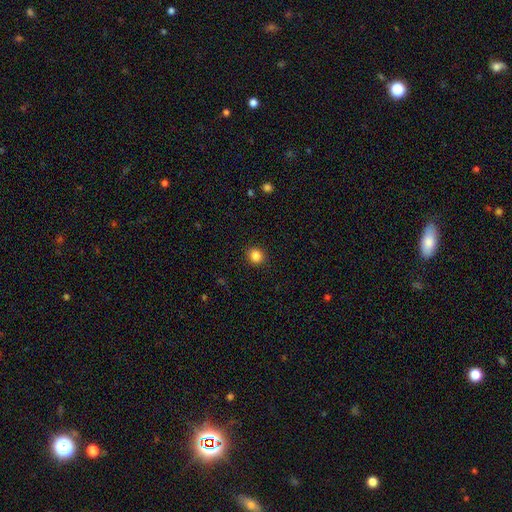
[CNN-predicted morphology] The model was most divided on "how rounded": round: 87%, in between: 12%, cigar-shaped: 1%. More confident: merging — none (91%); smooth or featured — smooth (85%).